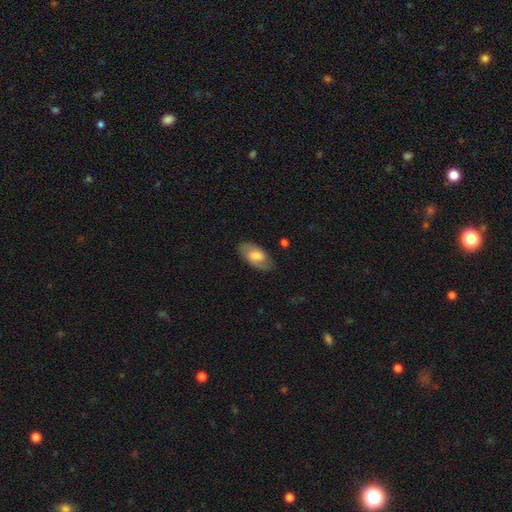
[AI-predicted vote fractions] Morphology: type=featured or disk (51%); edge-on=no (92%); merging=none (80%).